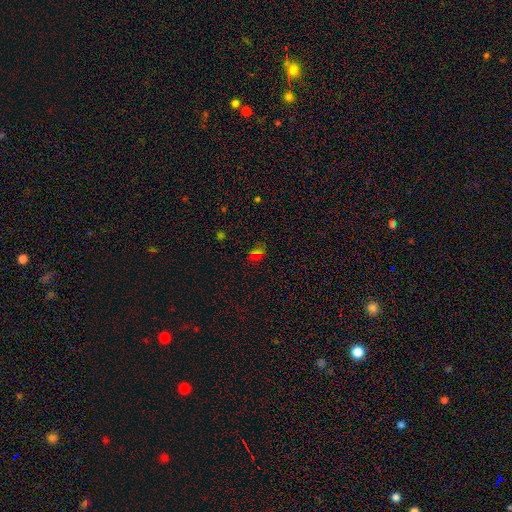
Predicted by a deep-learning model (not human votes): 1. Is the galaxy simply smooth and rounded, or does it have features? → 52% smooth, 40% star or artifact, 8% featured or disk.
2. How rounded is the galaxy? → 71% in between, 25% round, 4% cigar-shaped.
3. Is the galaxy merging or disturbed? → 79% none, 14% minor disturbance, 5% major disturbance, 2% merger.